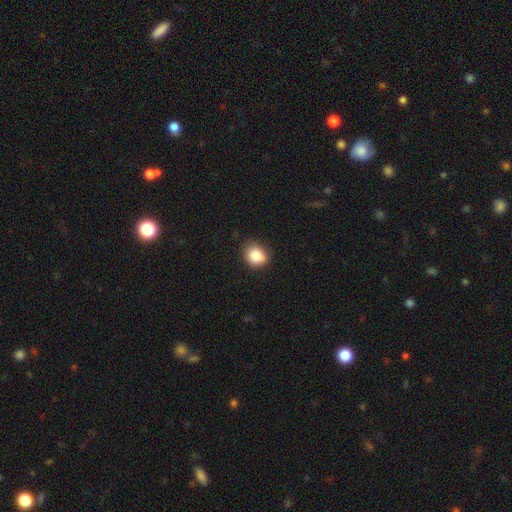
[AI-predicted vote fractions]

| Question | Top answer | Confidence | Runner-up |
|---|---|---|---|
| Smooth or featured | smooth | 86% | star or artifact (9%) |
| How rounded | round | 69% | in between (30%) |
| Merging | none | 82% | minor disturbance (15%) |